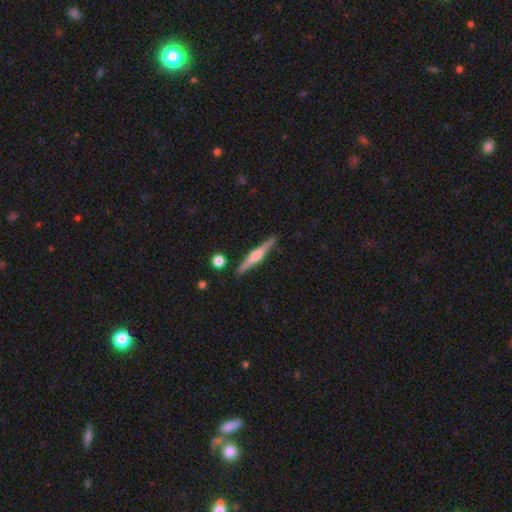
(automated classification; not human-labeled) Q: Smooth or featured?
A: featured or disk (64%); runner-up: smooth (30%)
Q: Edge-on disk?
A: yes (98%); runner-up: no (2%)
Q: Edge-on bulge?
A: rounded (72%); runner-up: boxy (17%)
Q: Merging?
A: none (89%); runner-up: minor disturbance (8%)